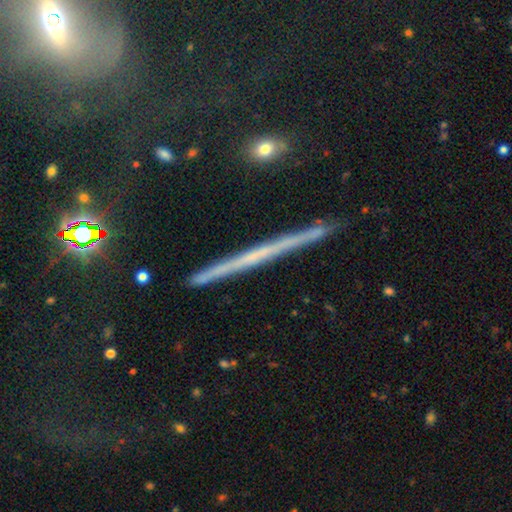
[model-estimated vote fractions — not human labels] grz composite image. It shows a featured or disk galaxy (64%) viewed edge-on (96%) with no central bulge (76%). Merging: none (86%).